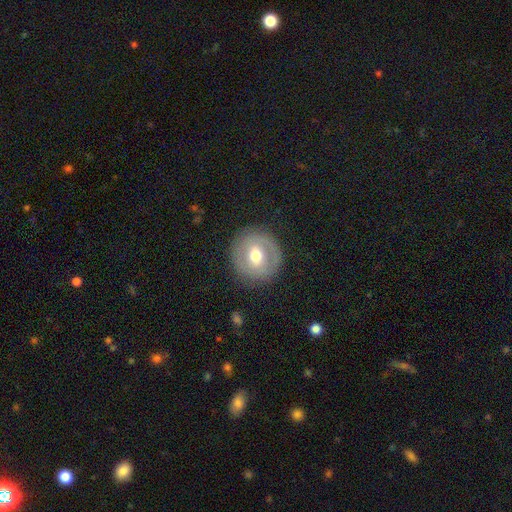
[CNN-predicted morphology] This appears to be a featured or disk galaxy (48%). Merging: none (85%).